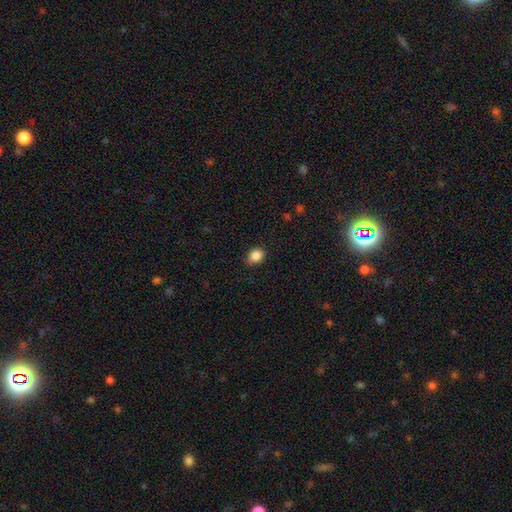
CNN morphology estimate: smooth-or-featured: smooth: 87% | star or artifact: 9% | featured or disk: 4%
  how-rounded: in between: 65% | round: 34% | cigar-shaped: 1%
  merging: none: 85% | minor disturbance: 12% | major disturbance: 2% | merger: 1%